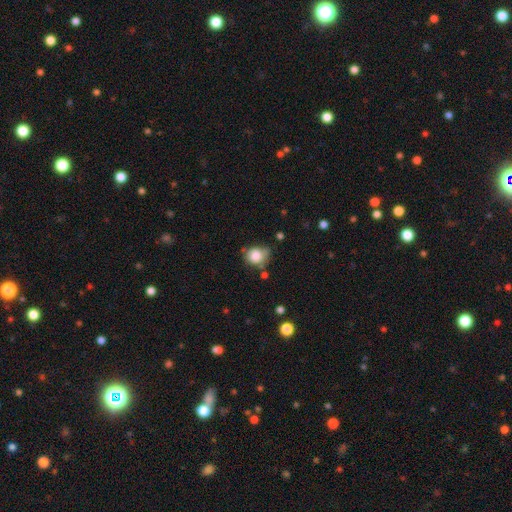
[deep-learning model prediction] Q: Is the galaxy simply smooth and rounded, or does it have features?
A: smooth — 81%.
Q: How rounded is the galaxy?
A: round — 72%.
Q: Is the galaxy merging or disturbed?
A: none — 52%.